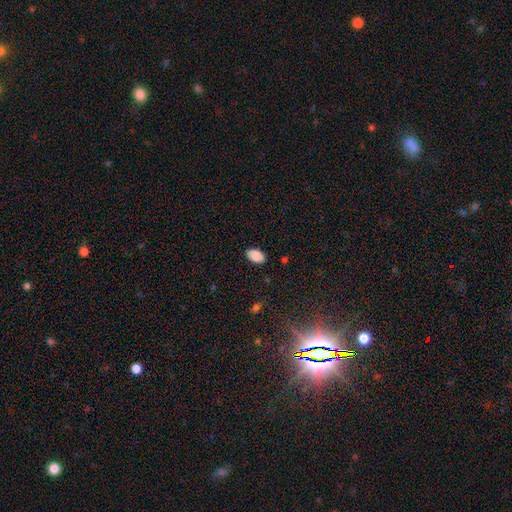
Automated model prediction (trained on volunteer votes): This appears to be a smooth galaxy with no disk features (89%) that is in between round and cigar-shaped (93%). Merging: none (87%).